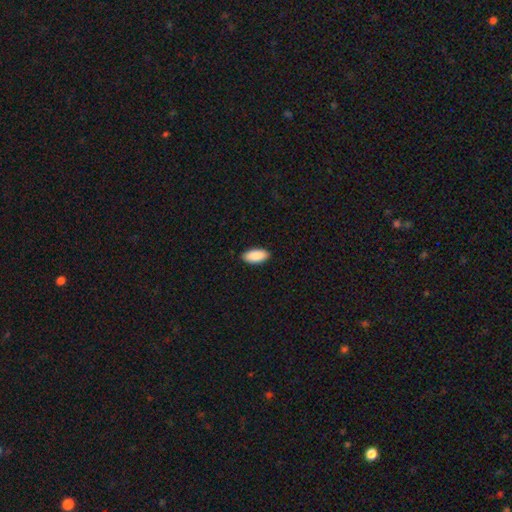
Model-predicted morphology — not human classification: type=smooth (90%); roundness=in between (93%); merging=none (90%).